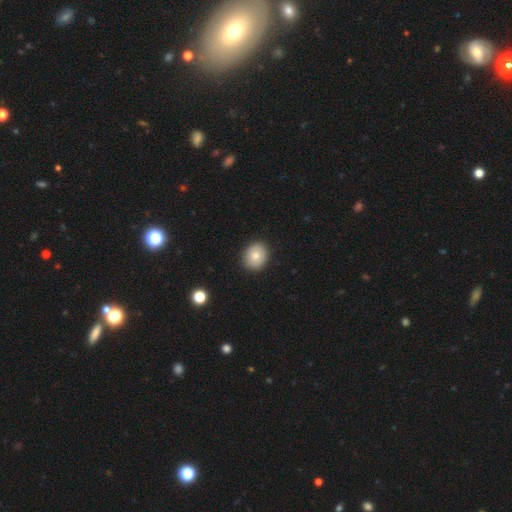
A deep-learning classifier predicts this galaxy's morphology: A smooth galaxy with no disk features (81%) that is round (66%). Merging: none (91%).